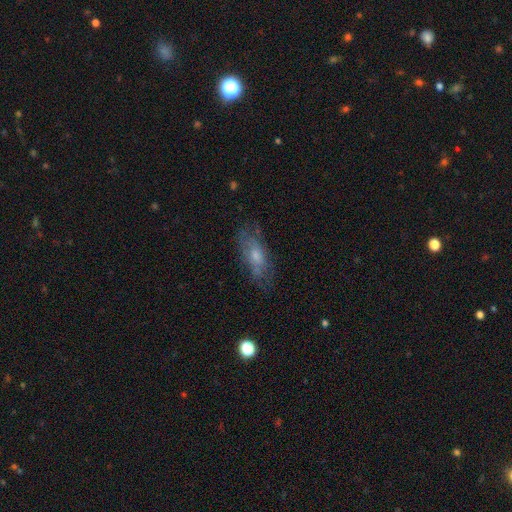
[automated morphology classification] Overall: smooth (48%; featured or disk 43%). Merging: none (65%).